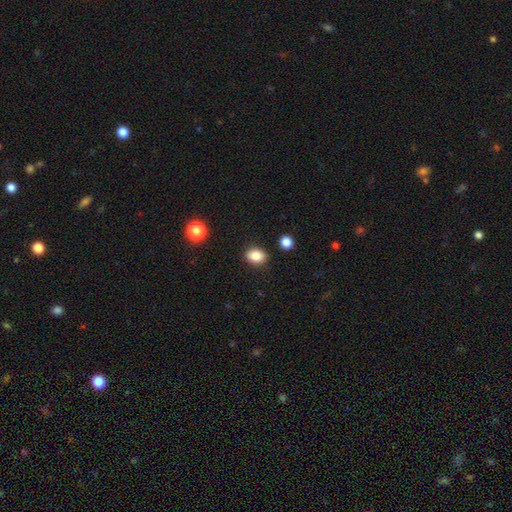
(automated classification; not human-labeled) smooth 85%, star or artifact 10%, featured or disk 5%. Down the decision tree: how rounded — in between (65%); merging — none (87%).